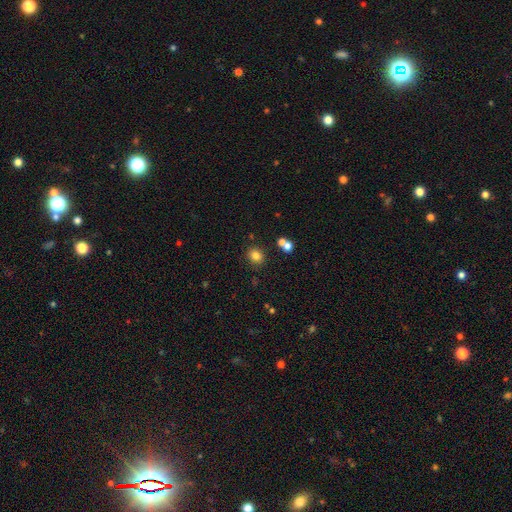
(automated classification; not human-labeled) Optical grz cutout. It shows a smooth galaxy with no disk features (81%) that is round (75%). Merging: none (82%).